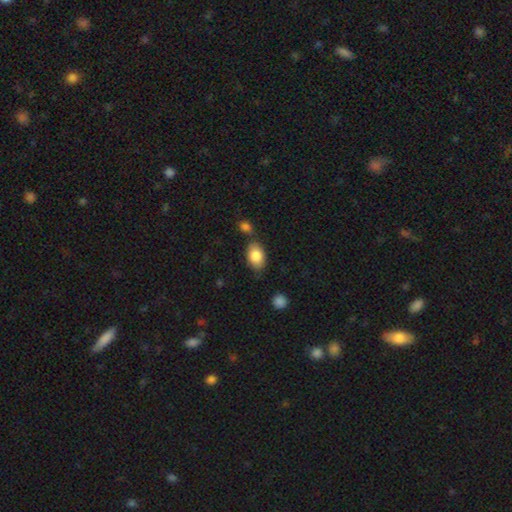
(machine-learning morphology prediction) smooth_or_featured: smooth (p=0.84) [alt: featured or disk p=0.10]
how_rounded: in between (p=0.88) [alt: round p=0.11]
merging: none (p=0.69) [alt: minor disturbance p=0.15]